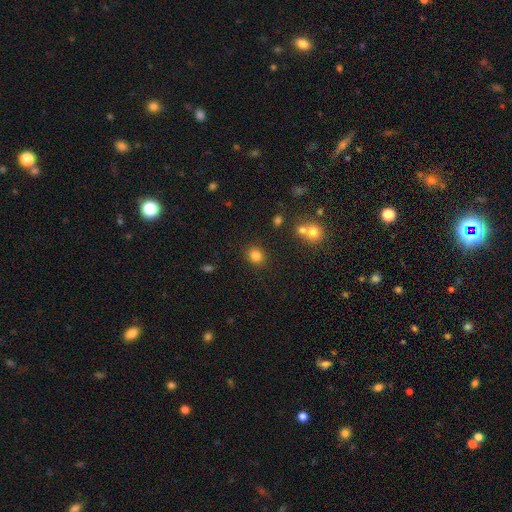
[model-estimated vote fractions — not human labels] smooth 82%, star or artifact 12%, featured or disk 5%. Down the decision tree: how rounded — round (73%); merging — none (87%).